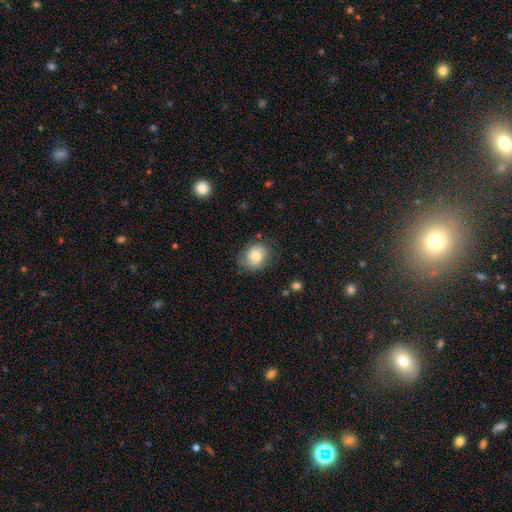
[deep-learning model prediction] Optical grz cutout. It shows a smooth galaxy with no disk features (72%) that is round (54%). Merging: none (70%).